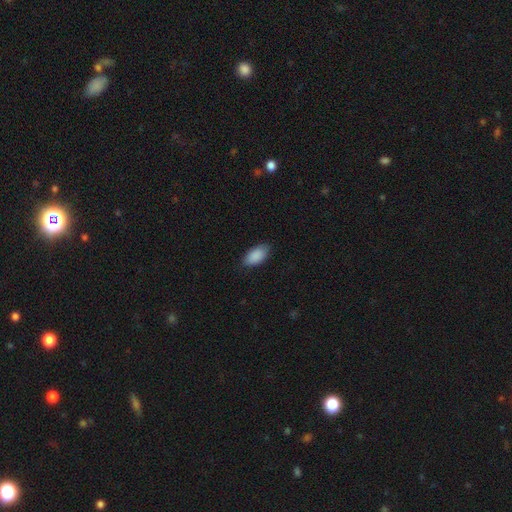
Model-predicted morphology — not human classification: Smooth or featured? smooth (90%)
How rounded? in between (94%)
Merging? none (82%)